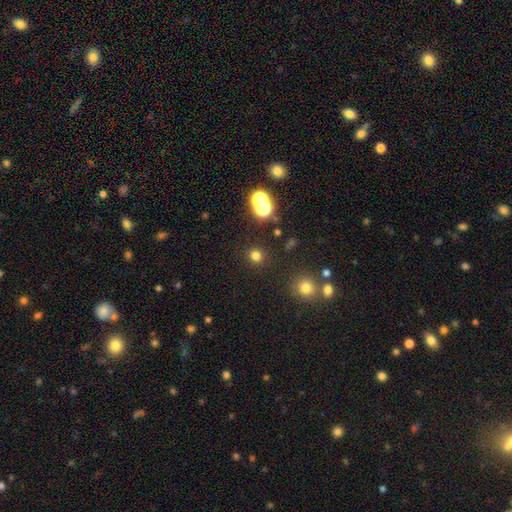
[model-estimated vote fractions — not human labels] Overall: smooth (74%). How rounded: round (90%). Merging: none (87%).